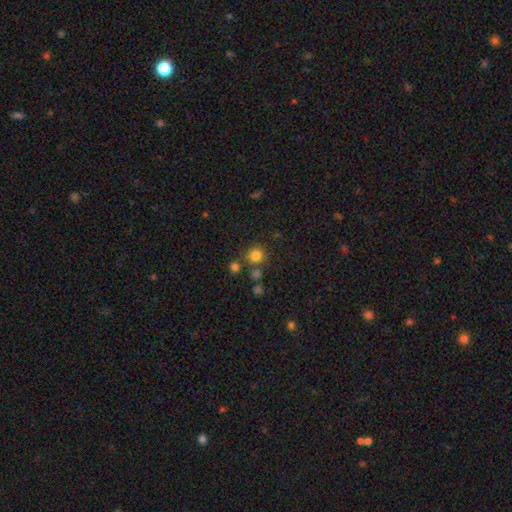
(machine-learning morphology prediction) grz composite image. It shows a smooth galaxy with no disk features (80%) that is round (91%). Merging: none (76%).